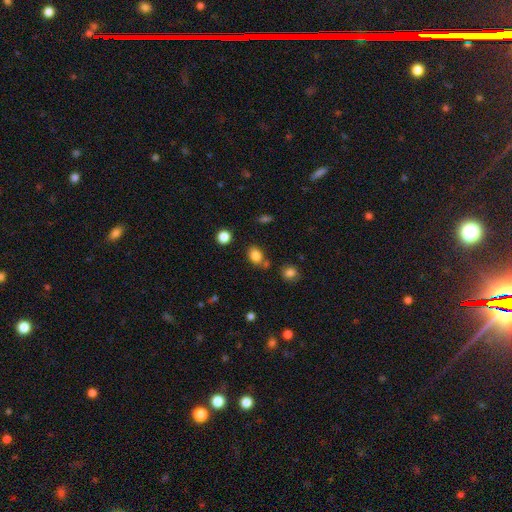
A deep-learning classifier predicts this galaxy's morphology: Smooth or featured?
  - smooth: 83% *
  - star or artifact: 11%
  - featured or disk: 6%
How rounded?
  - in between: 67% *
  - round: 32%
  - cigar-shaped: 1%
Merging?
  - none: 70% *
  - minor disturbance: 15%
  - merger: 11%
  - major disturbance: 4%